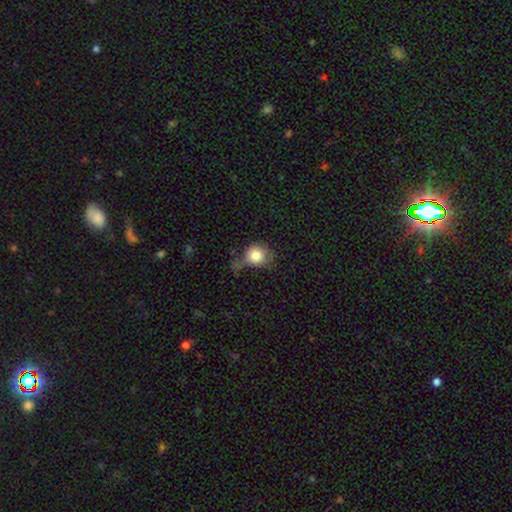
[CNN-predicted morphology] This appears to be a smooth galaxy with no disk features (82%) that is round (83%). Merging: none (43%).